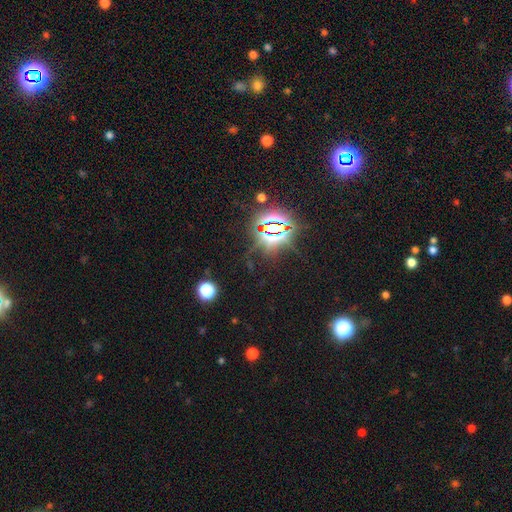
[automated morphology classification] Q: Smooth or featured?
A: star or artifact (82%); runner-up: smooth (11%)